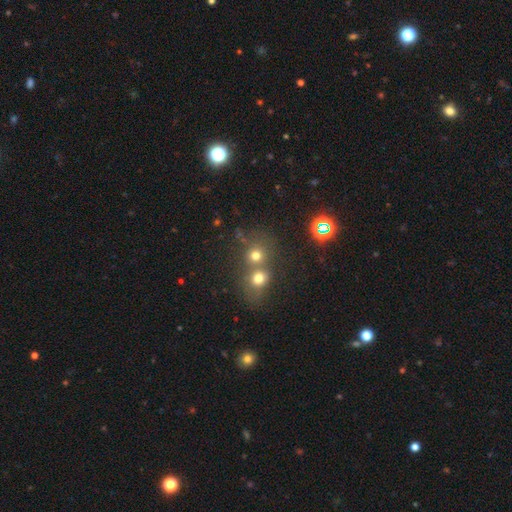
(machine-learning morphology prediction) The model was most divided on "merging": merger: 45%, none: 44%, minor disturbance: 7%, major disturbance: 4%. More confident: how rounded — round (82%); smooth or featured — smooth (70%).